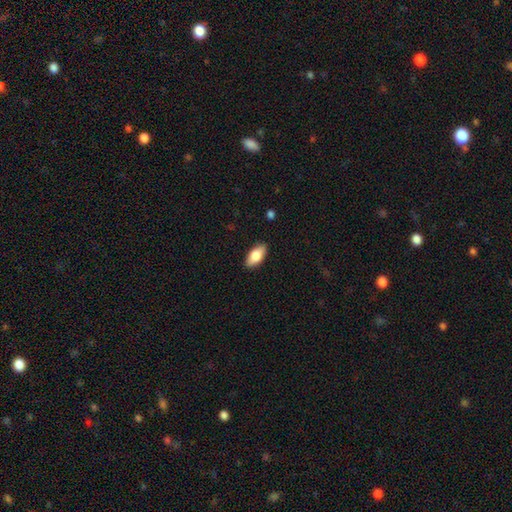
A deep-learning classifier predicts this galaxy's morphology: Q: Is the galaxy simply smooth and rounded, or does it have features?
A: smooth — 79%.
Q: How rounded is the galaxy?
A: in between — 89%.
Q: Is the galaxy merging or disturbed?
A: none — 88%.